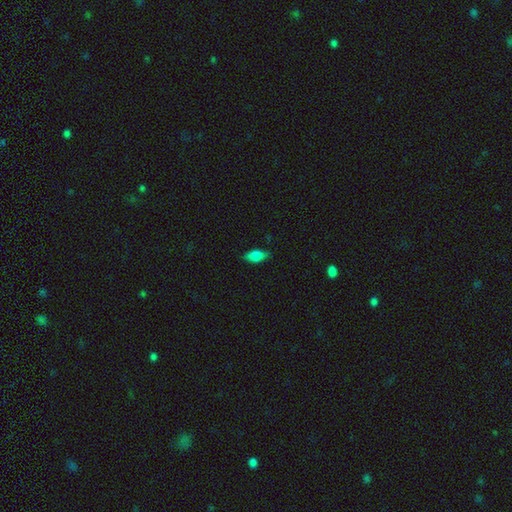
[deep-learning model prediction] smooth 79%, featured or disk 13%, star or artifact 8%. Down the decision tree: how rounded — in between (87%); merging — none (81%).